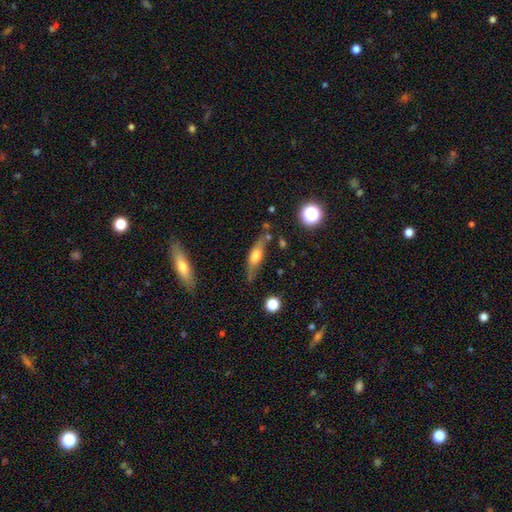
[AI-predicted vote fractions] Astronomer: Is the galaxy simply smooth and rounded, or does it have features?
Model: featured or disk — 46%, tied with smooth at 46%.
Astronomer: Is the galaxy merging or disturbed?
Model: none — 67%.